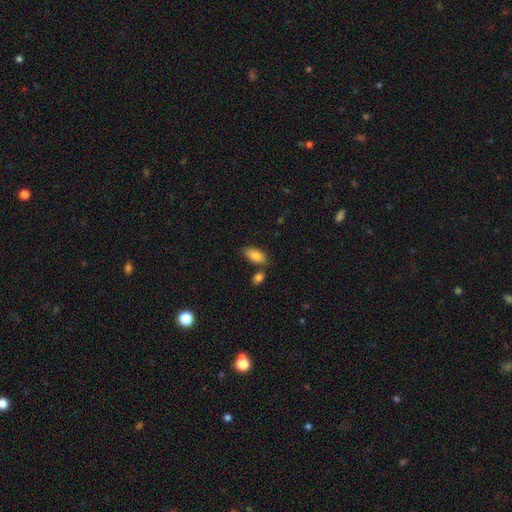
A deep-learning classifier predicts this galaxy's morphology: smooth_or_featured: smooth (p=0.82) [alt: featured or disk p=0.11]
how_rounded: in between (p=0.91) [alt: cigar-shaped p=0.06]
merging: none (p=0.67) [alt: merger p=0.15]